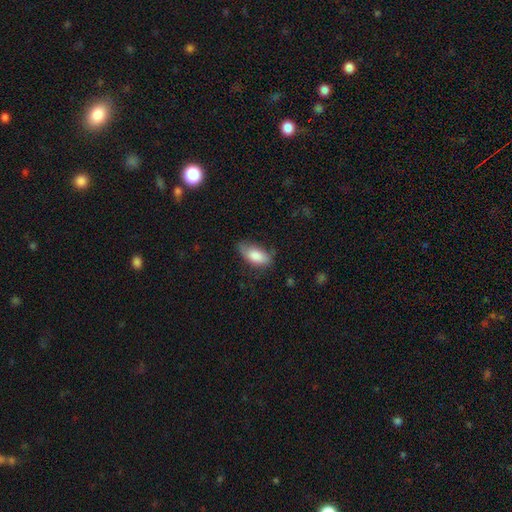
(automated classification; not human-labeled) smooth 82%, featured or disk 11%, star or artifact 6%. Down the decision tree: how rounded — in between (89%); merging — none (62%).